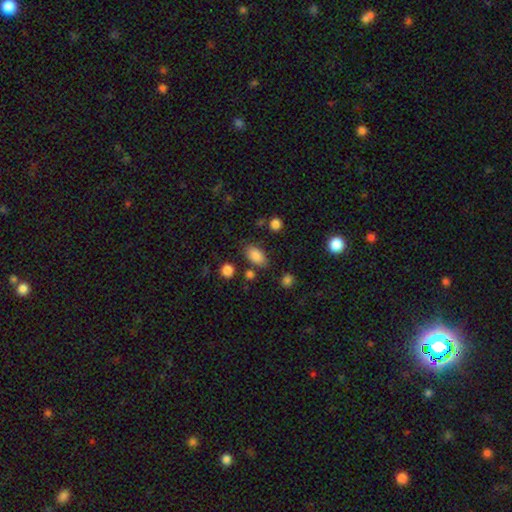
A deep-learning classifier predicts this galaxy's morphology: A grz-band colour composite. It shows a smooth galaxy with no disk features (85%) that is in between round and cigar-shaped (89%). Merging: none (77%).